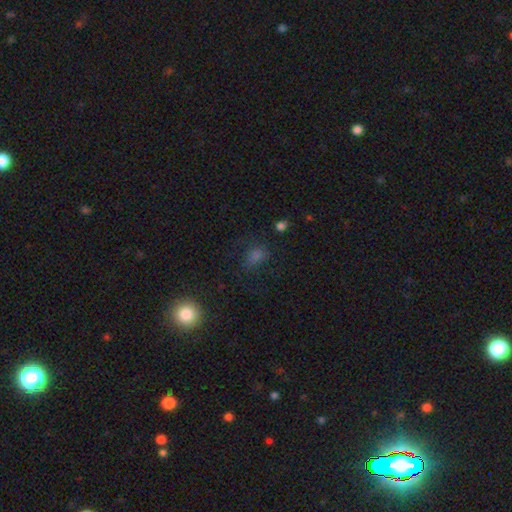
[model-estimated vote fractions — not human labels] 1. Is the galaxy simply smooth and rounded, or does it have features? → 64% smooth, 27% star or artifact, 8% featured or disk.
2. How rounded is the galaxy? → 51% in between, 47% round, 2% cigar-shaped.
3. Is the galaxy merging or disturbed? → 70% none, 17% minor disturbance, 10% major disturbance, 3% merger.